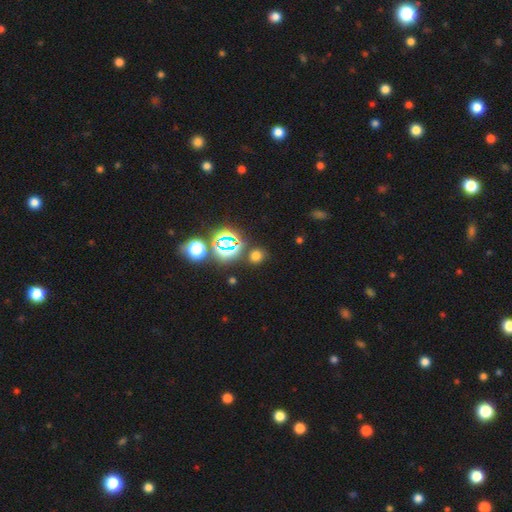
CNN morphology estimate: Smooth or featured?
  - smooth: 60% *
  - star or artifact: 34%
  - featured or disk: 6%
How rounded?
  - round: 81% *
  - in between: 18%
  - cigar-shaped: 1%
Merging?
  - none: 82% *
  - minor disturbance: 9%
  - merger: 5%
  - major disturbance: 4%